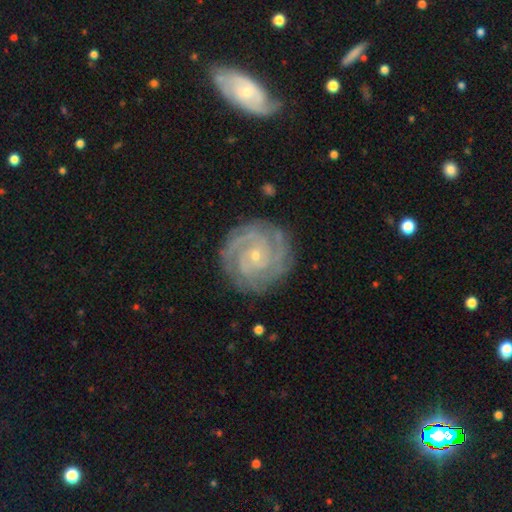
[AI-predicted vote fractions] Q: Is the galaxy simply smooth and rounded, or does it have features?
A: featured or disk — 89%.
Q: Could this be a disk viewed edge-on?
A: no — 98%.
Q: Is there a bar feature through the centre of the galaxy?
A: no — 71%.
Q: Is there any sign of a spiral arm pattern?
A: yes — 98%.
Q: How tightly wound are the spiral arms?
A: tight — 77%.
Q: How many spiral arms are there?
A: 3 — 30%.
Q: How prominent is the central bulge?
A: small — 79%.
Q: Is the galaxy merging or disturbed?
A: none — 84%.